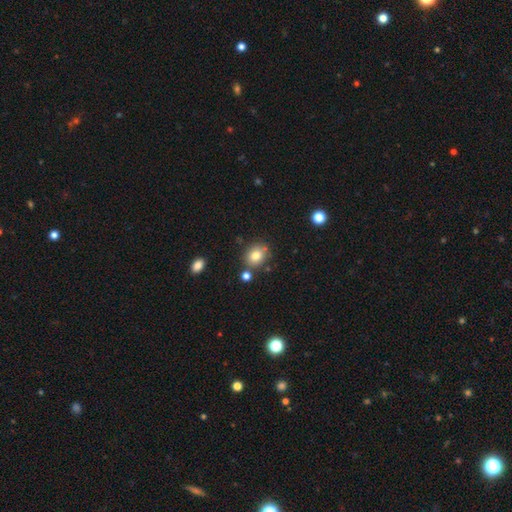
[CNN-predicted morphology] type=smooth (79%); roundness=round (61%); merging=none (74%).